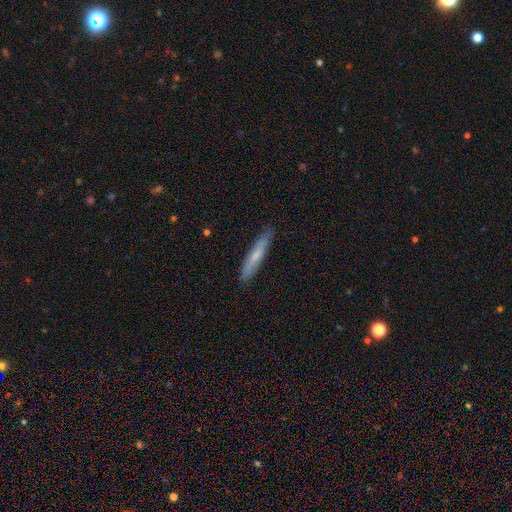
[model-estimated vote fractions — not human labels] smooth_or_featured: smooth (p=0.64) [alt: featured or disk p=0.30]
how_rounded: cigar-shaped (p=0.93) [alt: in between p=0.06]
merging: none (p=0.87) [alt: minor disturbance p=0.10]